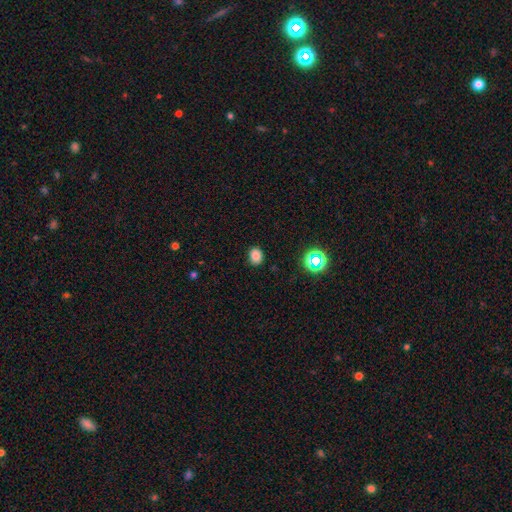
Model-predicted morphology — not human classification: Smooth or featured?
  - smooth: 80% *
  - star or artifact: 15%
  - featured or disk: 5%
How rounded?
  - in between: 50% *
  - round: 49%
  - cigar-shaped: 1%
Merging?
  - none: 87% *
  - minor disturbance: 9%
  - major disturbance: 2%
  - merger: 1%